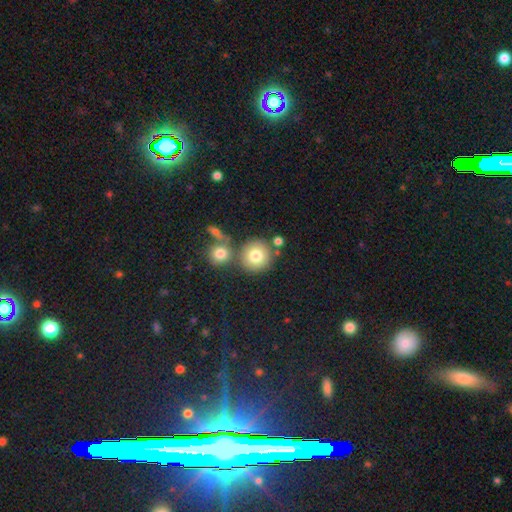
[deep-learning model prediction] smooth 77%, featured or disk 12%, star or artifact 11%. Down the decision tree: how rounded — round (92%); merging — none (70%).